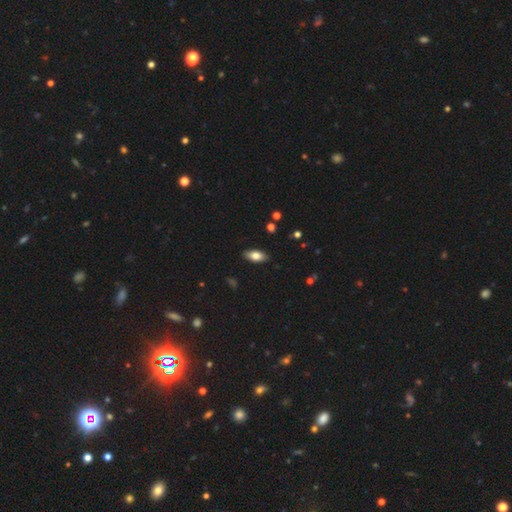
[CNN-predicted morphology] smooth 77%, featured or disk 16%, star or artifact 7%. Down the decision tree: how rounded — in between (88%); merging — none (87%).